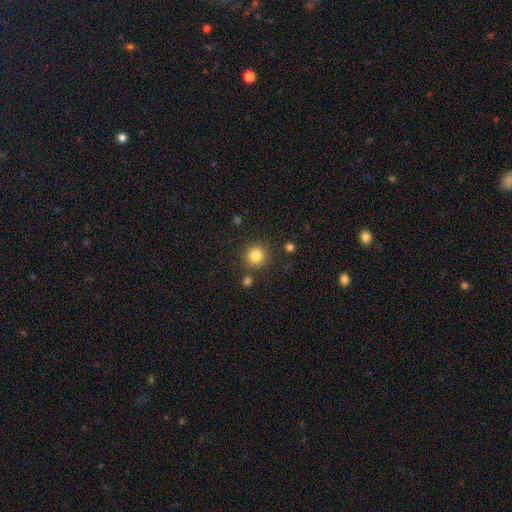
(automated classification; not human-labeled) This is clearly a smooth galaxy (83%). How rounded: clearly round (94%). Merging: clearly none (86%).